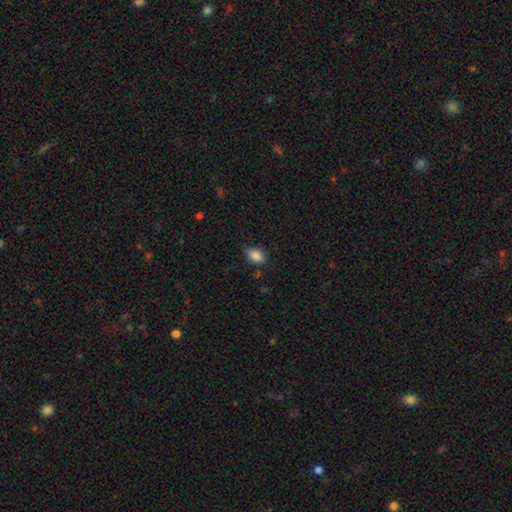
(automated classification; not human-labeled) Morphology: type=smooth (87%); roundness=in between (89%); merging=none (76%).